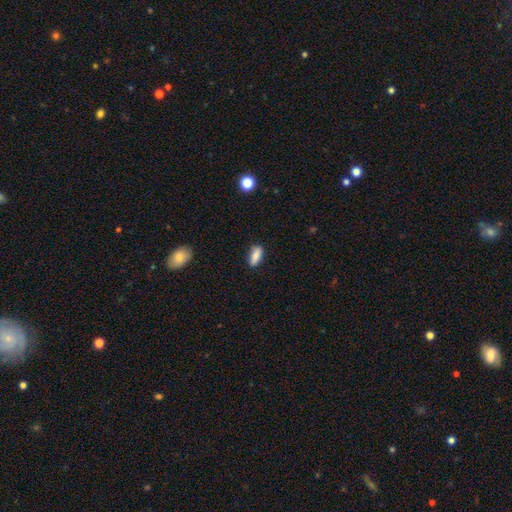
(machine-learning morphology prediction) The model was most divided on "how rounded": in between: 75%, cigar-shaped: 21%, round: 3%. More confident: merging — none (84%); smooth or featured — smooth (83%).